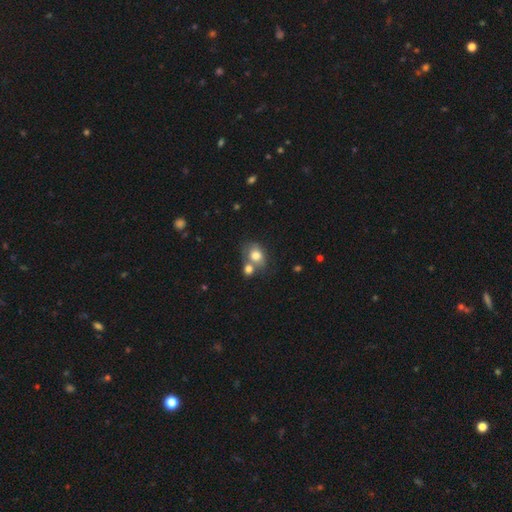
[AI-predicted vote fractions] This appears to be a smooth galaxy with no disk features (78%) that is in between round and cigar-shaped (53%). Merging: none (41%).